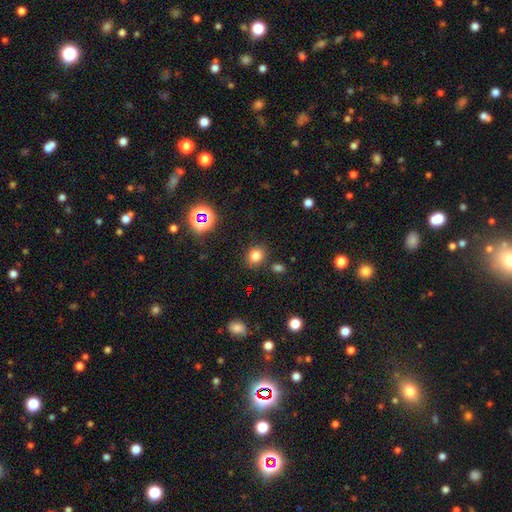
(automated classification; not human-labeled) Q: Smooth or featured?
A: smooth (76%); runner-up: star or artifact (17%)
Q: How rounded?
A: round (74%); runner-up: in between (25%)
Q: Merging?
A: none (82%); runner-up: minor disturbance (10%)